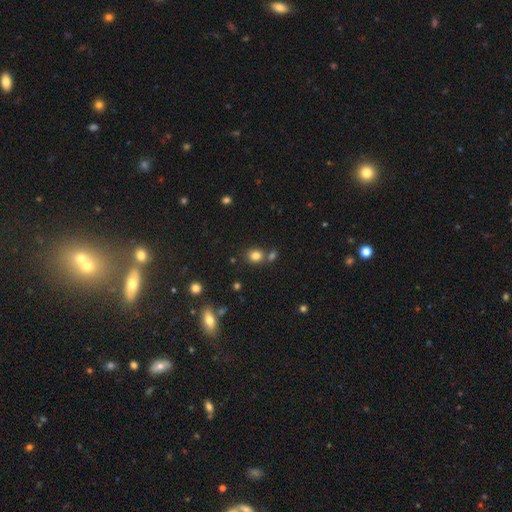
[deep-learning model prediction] A smooth galaxy with no disk features (80%) that is round (73%).

Vote fractions:
- Smooth or featured? smooth: 80% / star or artifact: 13% / featured or disk: 6%
- How rounded? round: 73% / in between: 26% / cigar-shaped: 1%
- Merging? none: 67% / merger: 20% / minor disturbance: 10% / major disturbance: 3%